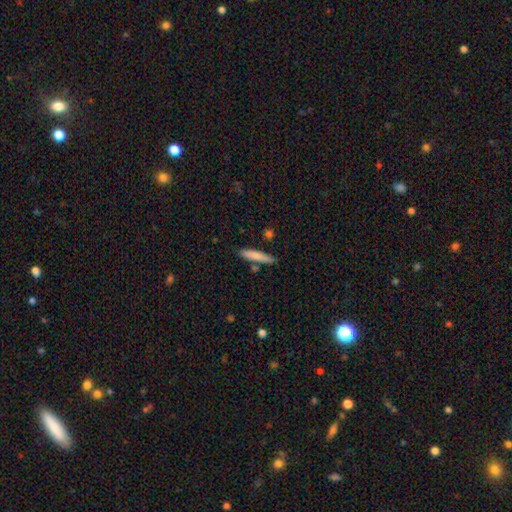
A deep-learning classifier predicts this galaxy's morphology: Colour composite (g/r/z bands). It shows a smooth galaxy with no disk features (78%) that is cigar-shaped (89%). Merging: none (80%).